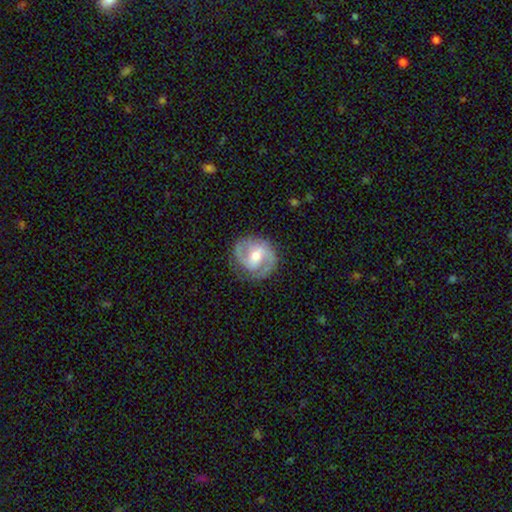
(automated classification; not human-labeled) The model was most divided on "spiral winding": medium: 52%, tight: 30%, loose: 18%. Remaining: edge-on disk — no (98%); spiral arms — yes (93%); spiral arm count — 2 (86%); smooth or featured — featured or disk (82%); merging — none (81%); bulge size — moderate (64%); bar — weak (50%).